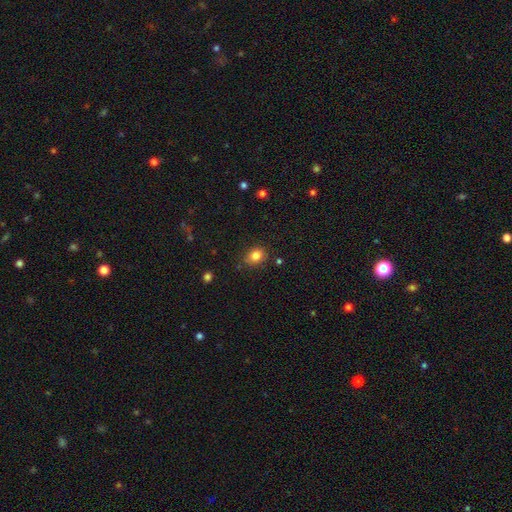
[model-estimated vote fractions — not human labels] Overall: smooth (83%). How rounded: round (54%; in between 45%). Merging: none (80%).